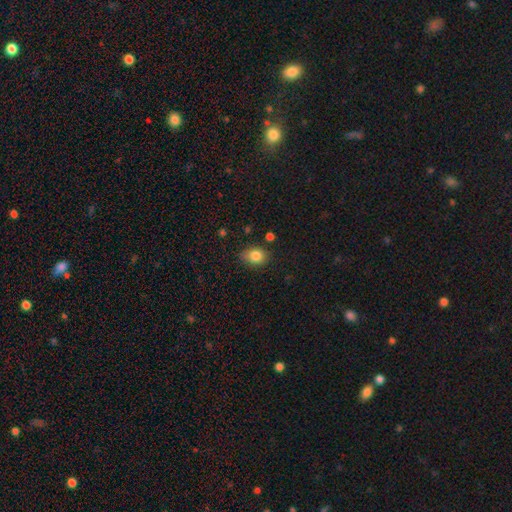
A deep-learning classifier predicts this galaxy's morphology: smooth 84%, star or artifact 10%, featured or disk 7%. Down the decision tree: how rounded — in between (54%); merging — none (75%).